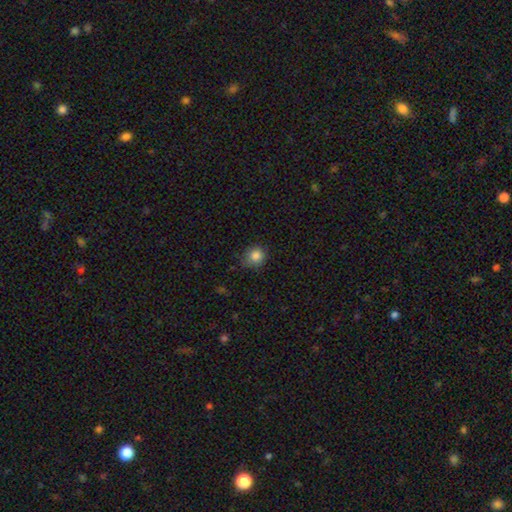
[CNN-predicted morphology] Smooth or featured? smooth (84%)
How rounded? round (87%)
Merging? none (75%)